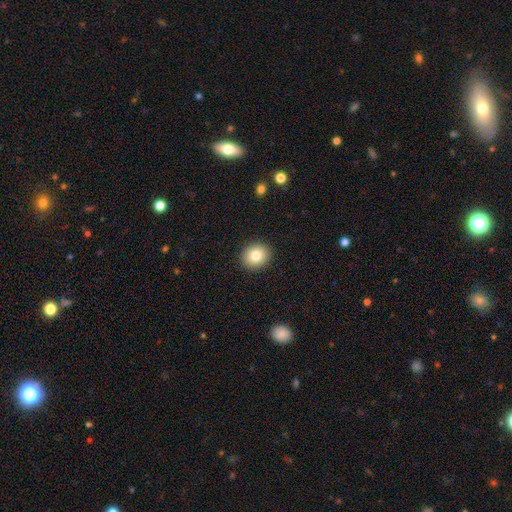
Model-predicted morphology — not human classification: Overall: smooth (82%). How rounded: round (74%). Merging: none (91%).